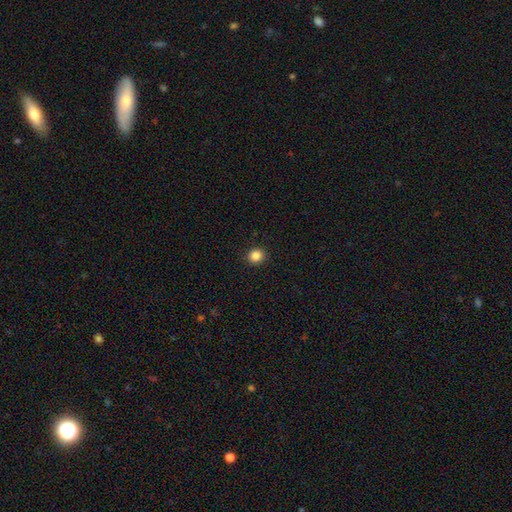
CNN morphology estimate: smooth-or-featured: smooth: 85% | star or artifact: 11% | featured or disk: 4%
  how-rounded: round: 88% | in between: 11% | cigar-shaped: 1%
  merging: none: 92% | minor disturbance: 5% | major disturbance: 2% | merger: 1%